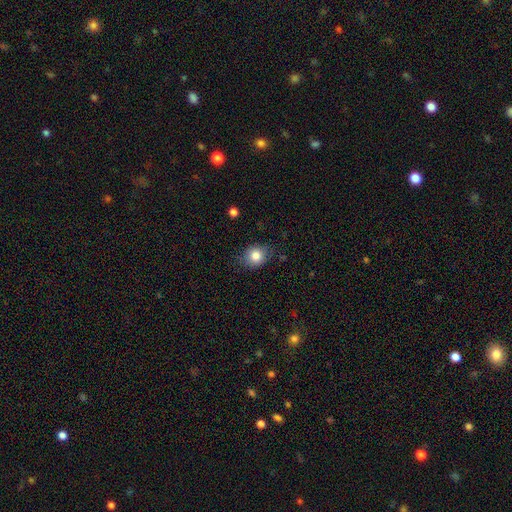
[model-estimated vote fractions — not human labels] Smooth or featured: smooth — 81% (star or artifact — 10%)
How rounded: round — 63% (in between — 36%)
Merging: none — 78% (minor disturbance — 17%)